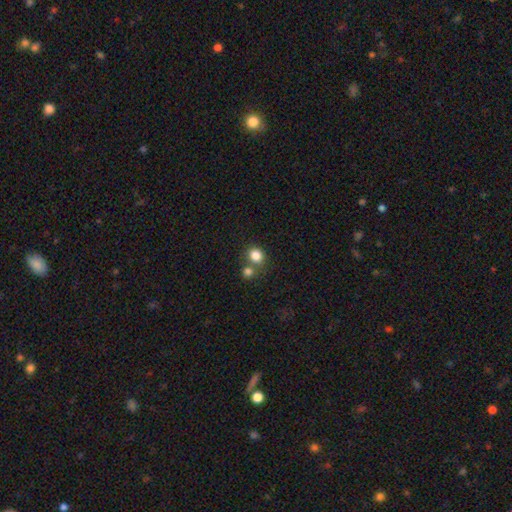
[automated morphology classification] Q: Smooth or featured?
A: smooth (83%); runner-up: star or artifact (11%)
Q: How rounded?
A: round (77%); runner-up: in between (23%)
Q: Merging?
A: none (57%); runner-up: merger (31%)